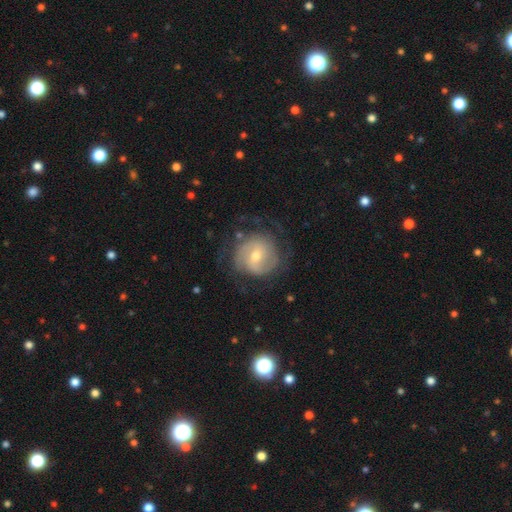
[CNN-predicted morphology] Smooth or featured: featured or disk — 71% (smooth — 23%)
Edge-on disk: no — 97% (yes — 3%)
Bar: weak — 50% (no — 36%)
Spiral arms: yes — 87% (no — 13%)
Spiral winding: tight — 46% (medium — 38%)
Spiral arm count: 2 — 55% (can't tell — 26%)
Bulge size: moderate — 55% (small — 40%)
Merging: none — 66% (minor disturbance — 19%)